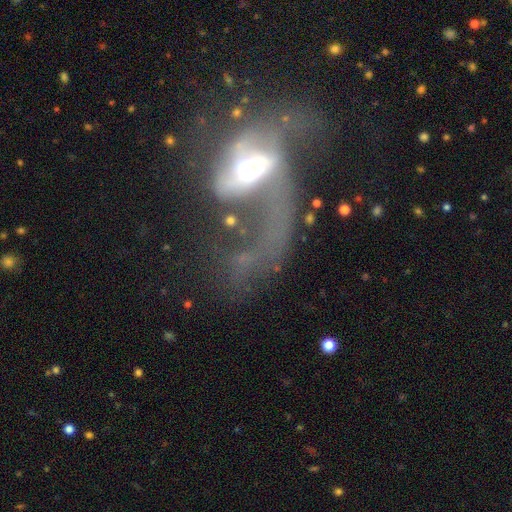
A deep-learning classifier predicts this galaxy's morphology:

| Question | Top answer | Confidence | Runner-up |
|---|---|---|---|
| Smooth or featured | featured or disk | 74% | smooth (15%) |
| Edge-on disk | no | 95% | yes (5%) |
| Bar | no | 39% | weak (38%) |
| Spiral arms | yes | 74% | no (26%) |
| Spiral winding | loose | 76% | medium (19%) |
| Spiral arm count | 1 | 44% | 2 (38%) |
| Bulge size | moderate | 54% | large (20%) |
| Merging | major disturbance | 54% | merger (20%) |